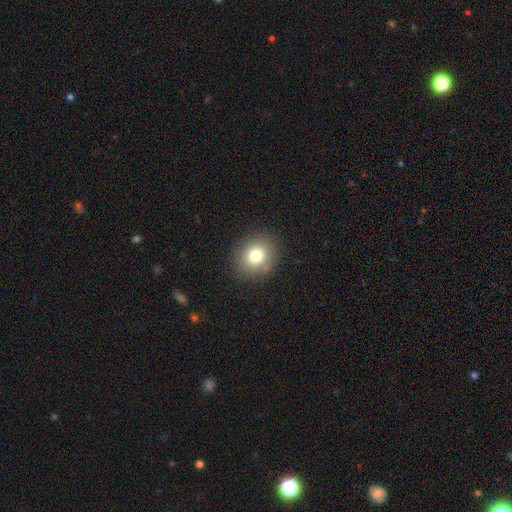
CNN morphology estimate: A smooth galaxy with no disk features (78%) that is round (80%).

Vote fractions:
- Smooth or featured? smooth: 78% / star or artifact: 12% / featured or disk: 10%
- How rounded? round: 80% / in between: 19% / cigar-shaped: 1%
- Merging? none: 88% / minor disturbance: 8% / major disturbance: 3% / merger: 1%